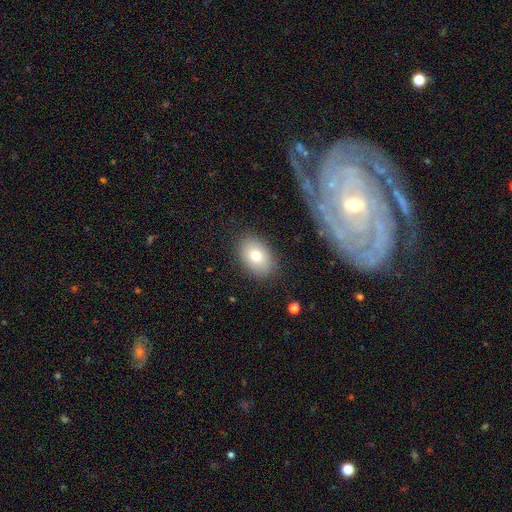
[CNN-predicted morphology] Overall: smooth (78%). How rounded: in between (84%). Merging: none (85%).